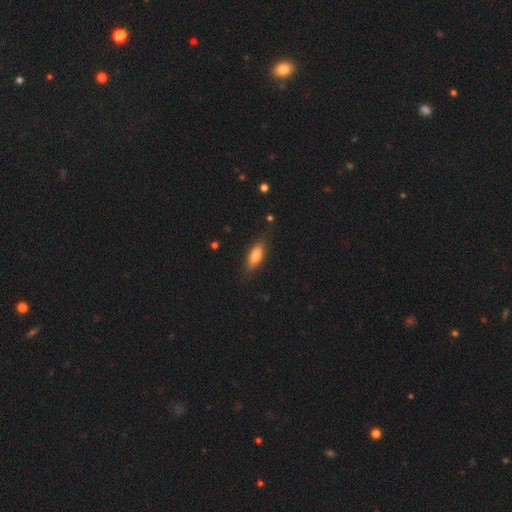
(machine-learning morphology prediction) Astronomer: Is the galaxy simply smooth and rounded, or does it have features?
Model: smooth — 71%.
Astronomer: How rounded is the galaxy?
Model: in between — 63%.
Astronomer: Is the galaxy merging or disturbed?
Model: none — 80%.